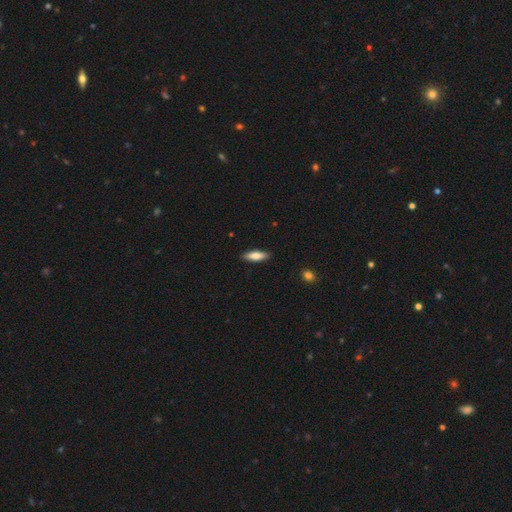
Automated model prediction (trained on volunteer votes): A smooth galaxy with no disk features (77%) that is in between round and cigar-shaped (52%).

Vote fractions:
- Smooth or featured? smooth: 77% / featured or disk: 17% / star or artifact: 6%
- How rounded? in between: 52% / cigar-shaped: 46% / round: 2%
- Merging? none: 89% / minor disturbance: 8% / major disturbance: 2% / merger: 1%